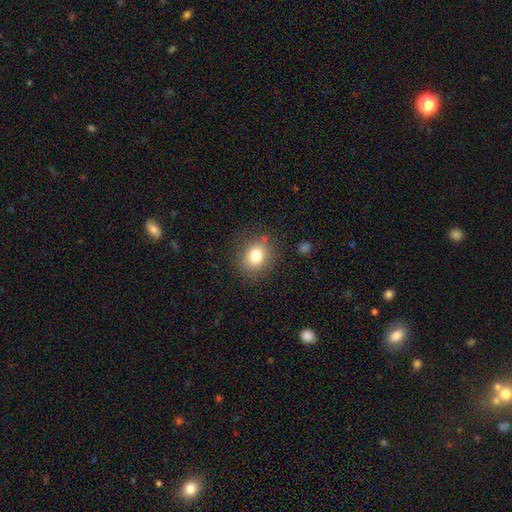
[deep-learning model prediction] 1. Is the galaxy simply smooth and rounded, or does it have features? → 80% smooth, 11% star or artifact, 9% featured or disk.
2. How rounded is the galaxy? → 68% round, 31% in between, 1% cigar-shaped.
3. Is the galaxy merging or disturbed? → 83% none, 11% minor disturbance, 4% major disturbance, 2% merger.